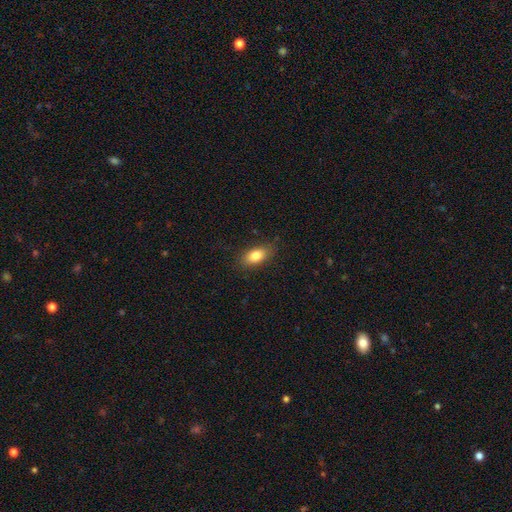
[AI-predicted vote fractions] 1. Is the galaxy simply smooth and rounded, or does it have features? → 82% smooth, 10% featured or disk, 8% star or artifact.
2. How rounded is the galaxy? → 87% in between, 8% cigar-shaped, 6% round.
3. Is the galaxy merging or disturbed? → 83% none, 12% minor disturbance, 3% major disturbance, 1% merger.